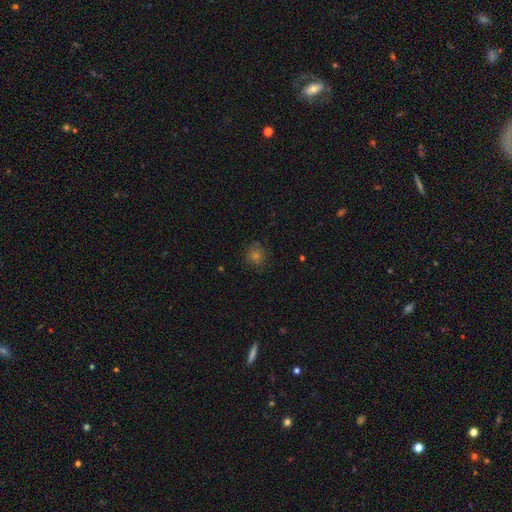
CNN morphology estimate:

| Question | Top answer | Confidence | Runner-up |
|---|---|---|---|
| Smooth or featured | smooth | 61% | star or artifact (26%) |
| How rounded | round | 89% | in between (10%) |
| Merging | none | 84% | minor disturbance (11%) |